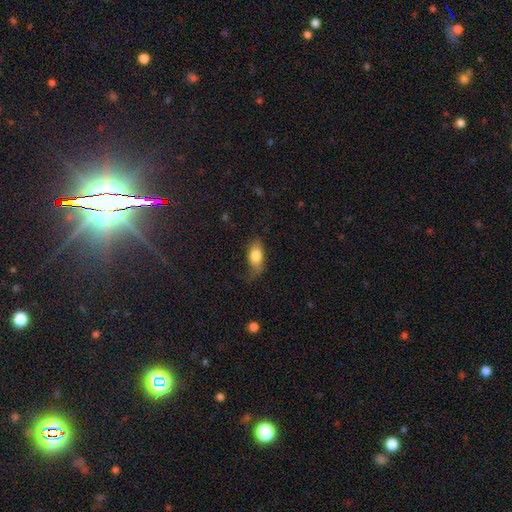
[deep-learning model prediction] Smooth or featured? Predicted: smooth (p=0.80). How rounded? Predicted: in between (p=0.86). Merging? Predicted: none (p=0.56).